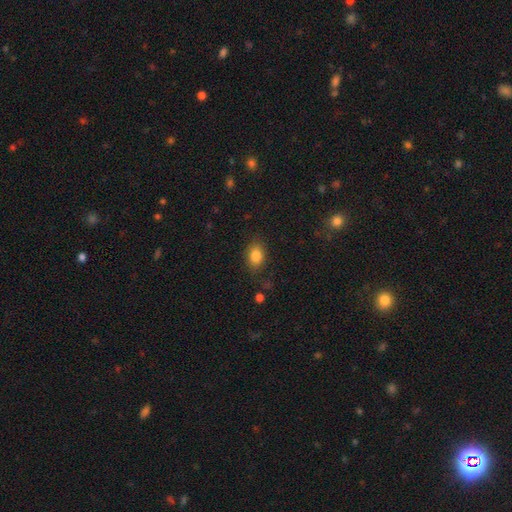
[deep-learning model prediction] Smooth or featured? smooth (84%)
How rounded? in between (78%)
Merging? none (81%)